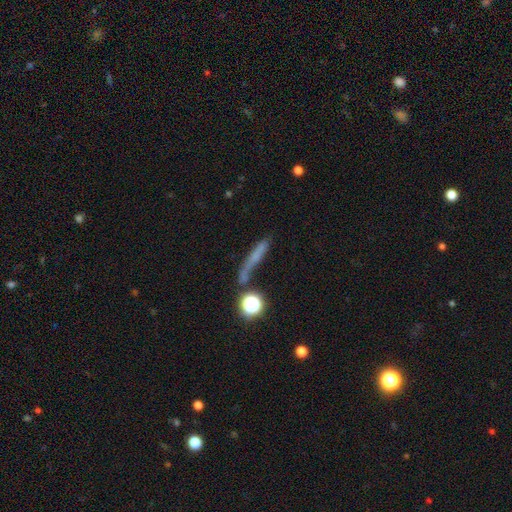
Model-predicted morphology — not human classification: Smooth or featured?
  - smooth: 55% *
  - featured or disk: 28%
  - star or artifact: 17%
How rounded?
  - cigar-shaped: 77% *
  - in between: 12%
  - round: 11%
Merging?
  - none: 55% *
  - minor disturbance: 20%
  - major disturbance: 14%
  - merger: 11%